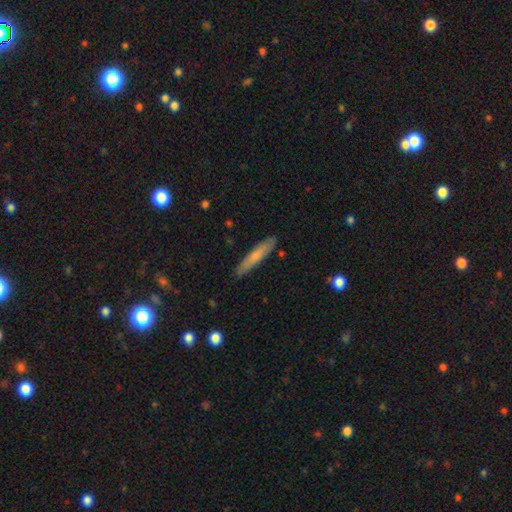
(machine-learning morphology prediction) Overall: smooth (66%; featured or disk 28%). How rounded: cigar-shaped (92%). Merging: none (88%).